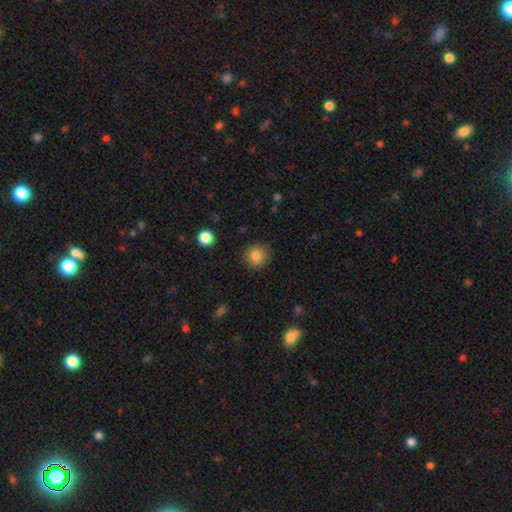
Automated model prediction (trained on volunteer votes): Smooth or featured: smooth — 84% (star or artifact — 10%)
How rounded: round — 87% (in between — 12%)
Merging: none — 86% (minor disturbance — 10%)